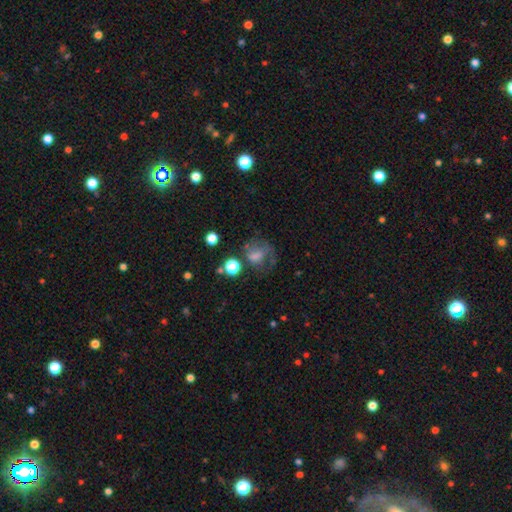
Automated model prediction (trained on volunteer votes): Morphology: type=smooth (44%); merging=none (45%).